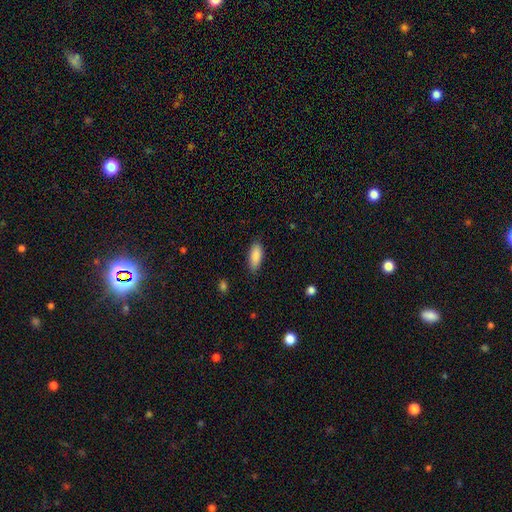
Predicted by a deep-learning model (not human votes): Smooth or featured: smooth — 89% (star or artifact — 6%)
How rounded: in between — 81% (cigar-shaped — 17%)
Merging: none — 86% (minor disturbance — 11%)